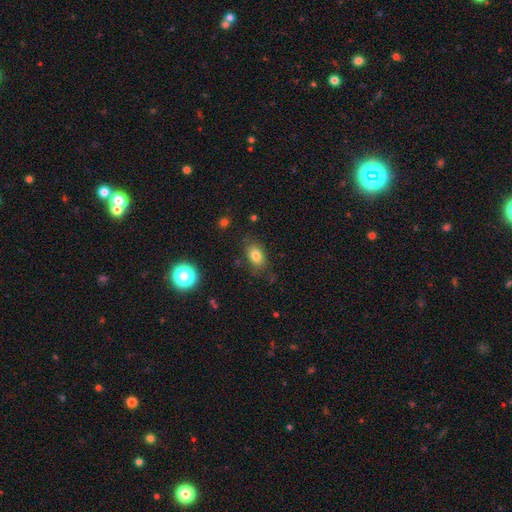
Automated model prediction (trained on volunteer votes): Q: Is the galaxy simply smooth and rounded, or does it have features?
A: smooth — 79%.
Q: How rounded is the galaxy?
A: in between — 82%.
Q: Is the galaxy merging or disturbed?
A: none — 79%.